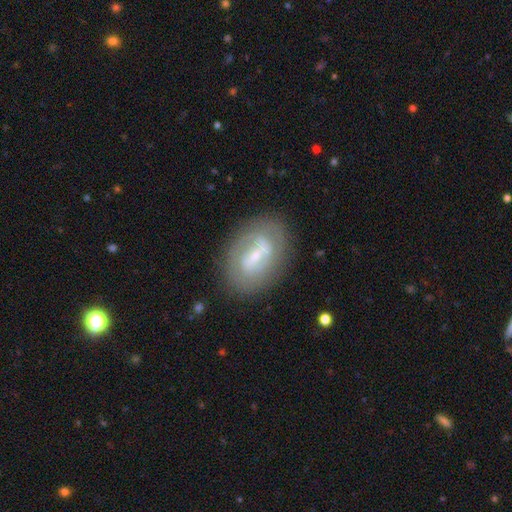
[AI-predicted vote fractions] This appears to be a featured or disk galaxy (70%) with a strong bar (43%), spiral arms (65%) and a small central bulge (65%). Merging: none (77%).